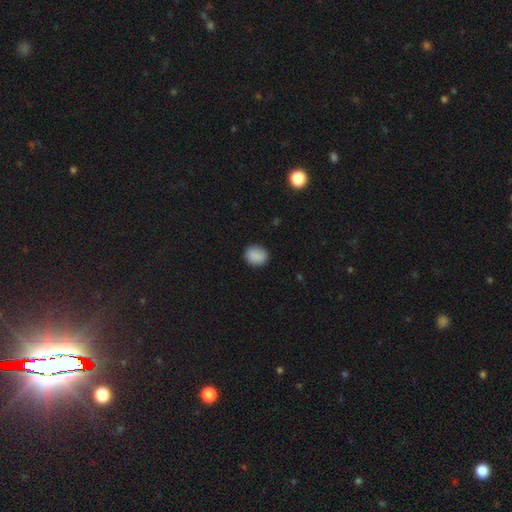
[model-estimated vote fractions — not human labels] Morphology: type=smooth (88%); roundness=round (71%); merging=none (88%).